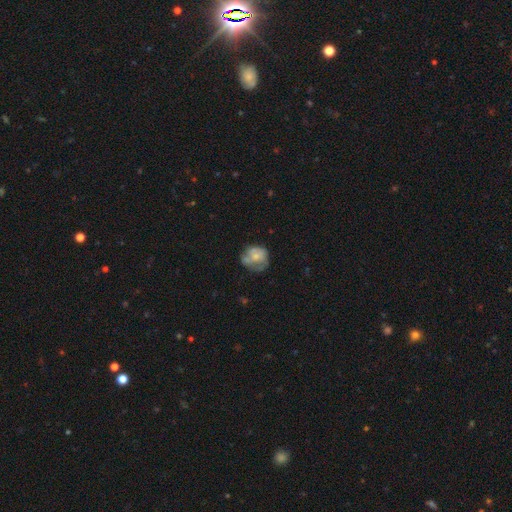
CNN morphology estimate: Q: Smooth or featured?
A: smooth (49%); runner-up: featured or disk (43%)
Q: Merging?
A: none (45%); runner-up: minor disturbance (28%)